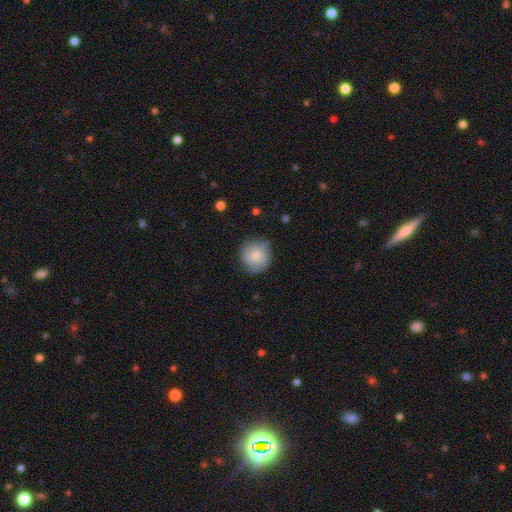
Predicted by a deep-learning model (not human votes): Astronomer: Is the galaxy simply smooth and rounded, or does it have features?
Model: smooth — 67%.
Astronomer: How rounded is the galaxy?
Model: round — 90%.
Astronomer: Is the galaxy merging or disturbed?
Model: none — 76%.